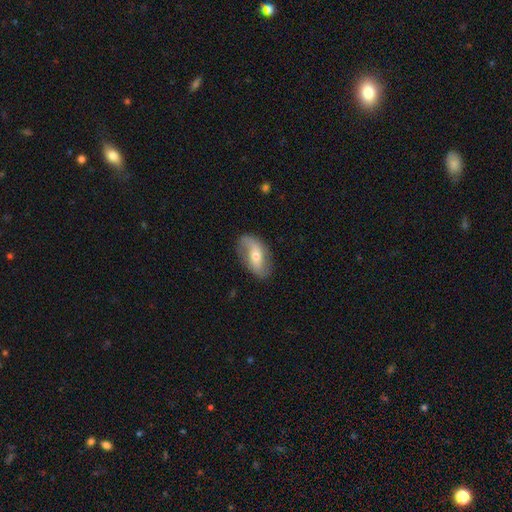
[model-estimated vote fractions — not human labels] This is likely a featured or disk galaxy (69%). It is clearly not viewed edge-on (93%). Bar: marginally no (41%). Spiral arm pattern: clearly yes (86%). Spiral arm count: clearly 2 (84%). Spiral winding: likely loose (66%). Central bulge: possibly moderate (48%). Merging: likely none (77%).